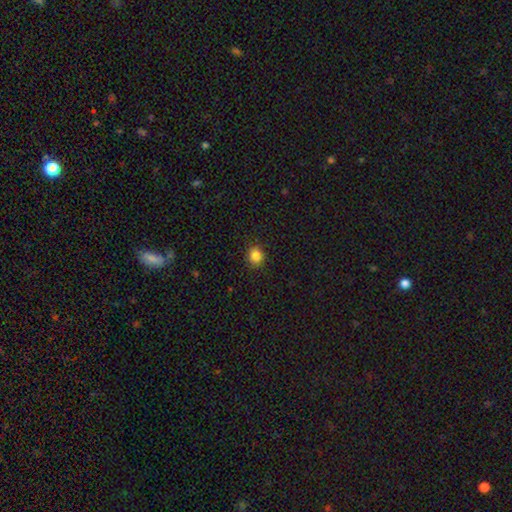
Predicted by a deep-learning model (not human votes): A smooth galaxy with no disk features (85%) that is round (79%).

Vote fractions:
- Smooth or featured? smooth: 85% / star or artifact: 11% / featured or disk: 4%
- How rounded? round: 79% / in between: 21% / cigar-shaped: 1%
- Merging? none: 89% / minor disturbance: 8% / major disturbance: 2% / merger: 1%